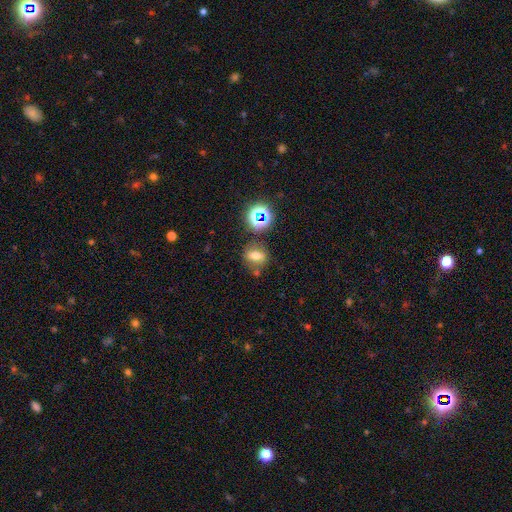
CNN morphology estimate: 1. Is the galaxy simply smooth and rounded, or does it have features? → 54% smooth, 24% star or artifact, 22% featured or disk.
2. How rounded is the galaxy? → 48% in between, 47% round, 5% cigar-shaped.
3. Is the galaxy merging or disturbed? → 70% none, 14% minor disturbance, 11% merger, 5% major disturbance.